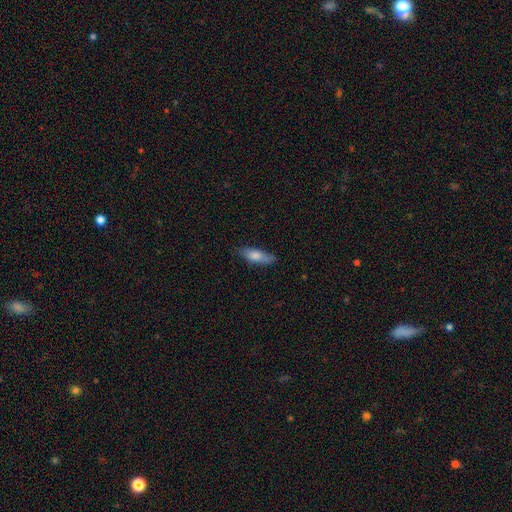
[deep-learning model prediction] This appears to be a smooth galaxy with no disk features (75%) that is in between round and cigar-shaped (53%). Merging: none (71%).